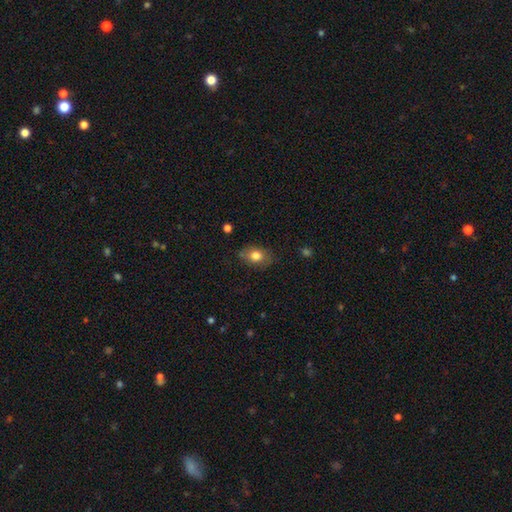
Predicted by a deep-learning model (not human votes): This appears to be a smooth galaxy with no disk features (77%) that is in between round and cigar-shaped (76%). Merging: none (74%).